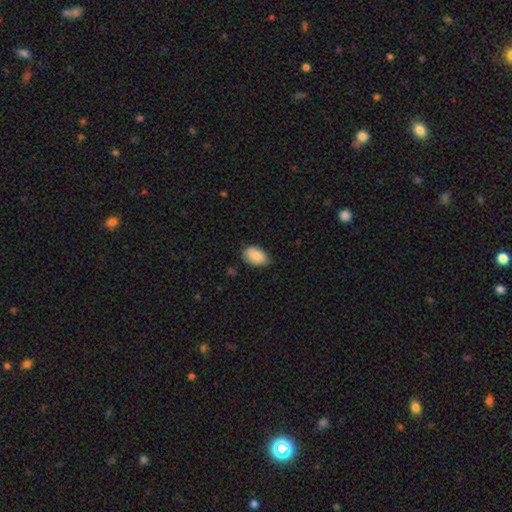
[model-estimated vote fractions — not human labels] This is clearly a smooth galaxy (87%). How rounded: clearly in between (90%). Merging: likely none (68%).